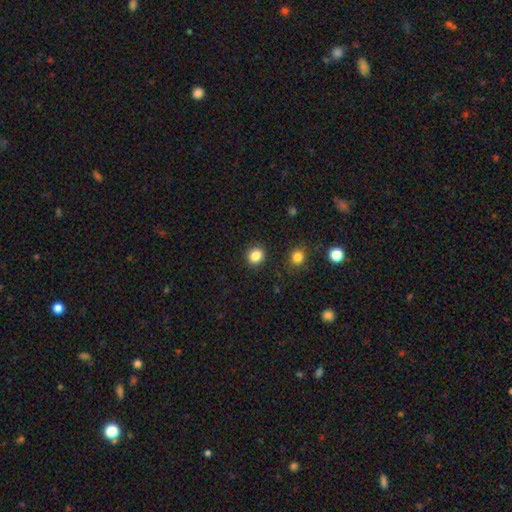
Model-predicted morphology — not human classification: Q: Smooth or featured?
A: smooth (84%); runner-up: star or artifact (11%)
Q: How rounded?
A: round (77%); runner-up: in between (22%)
Q: Merging?
A: none (90%); runner-up: minor disturbance (6%)